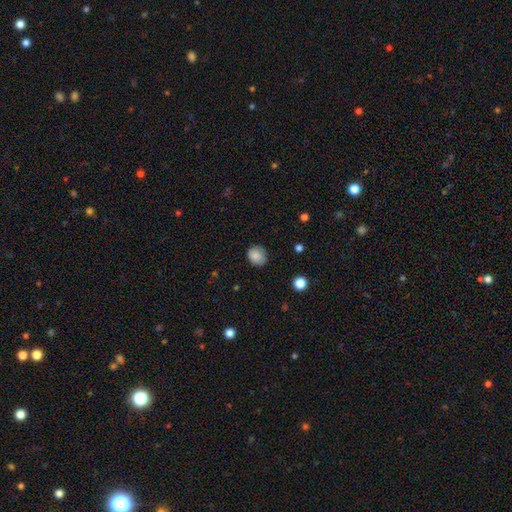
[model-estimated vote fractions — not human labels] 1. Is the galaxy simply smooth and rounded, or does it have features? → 85% smooth, 9% star or artifact, 6% featured or disk.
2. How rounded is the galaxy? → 69% round, 31% in between, 1% cigar-shaped.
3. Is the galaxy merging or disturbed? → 77% none, 18% minor disturbance, 4% major disturbance, 1% merger.